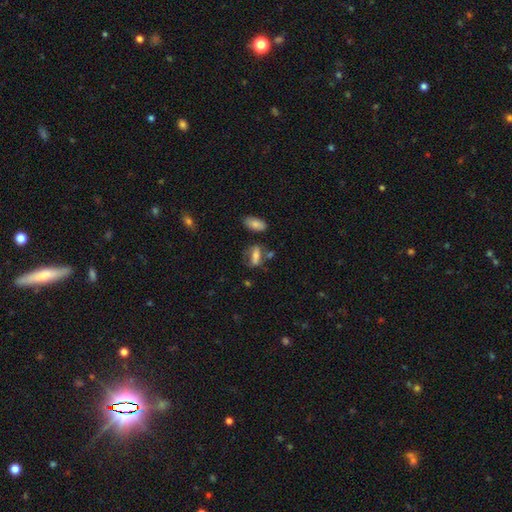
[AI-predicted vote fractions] Smooth or featured?
  - smooth: 58% *
  - featured or disk: 31%
  - star or artifact: 11%
How rounded?
  - in between: 65% *
  - cigar-shaped: 27%
  - round: 8%
Merging?
  - none: 51% *
  - minor disturbance: 22%
  - major disturbance: 15%
  - merger: 13%